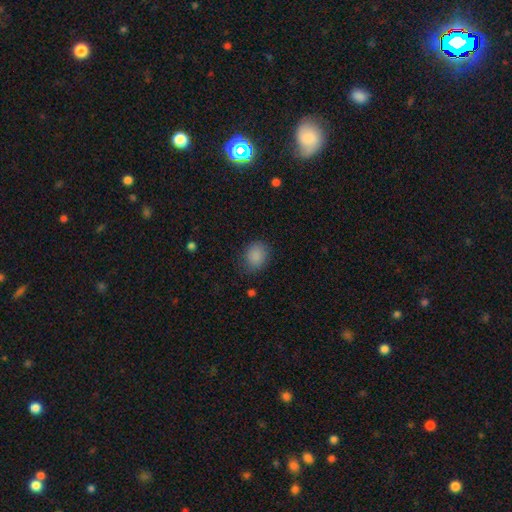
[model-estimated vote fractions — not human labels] Smooth or featured: smooth — 87% (star or artifact — 9%)
How rounded: round — 58% (in between — 41%)
Merging: none — 77% (minor disturbance — 17%)